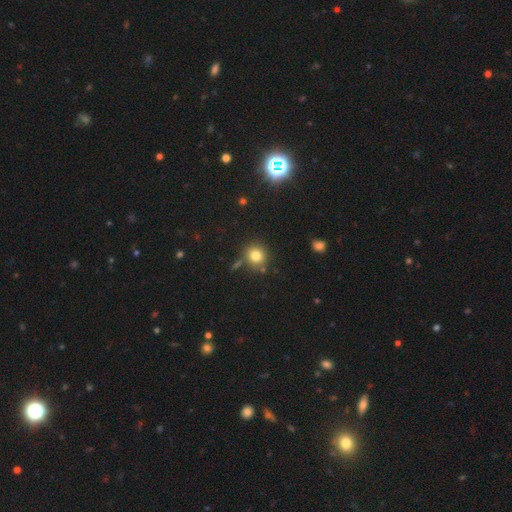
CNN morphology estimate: Overall: smooth (79%). How rounded: round (88%). Merging: none (79%).